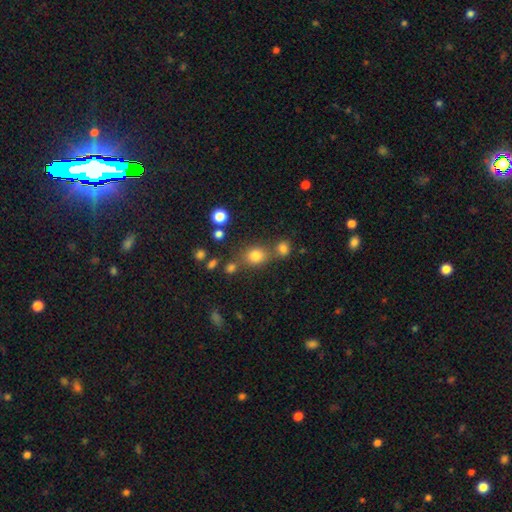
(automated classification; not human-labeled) smooth_or_featured: smooth (p=0.78) [alt: star or artifact p=0.14]
how_rounded: round (p=0.70) [alt: in between p=0.28]
merging: none (p=0.65) [alt: merger p=0.19]